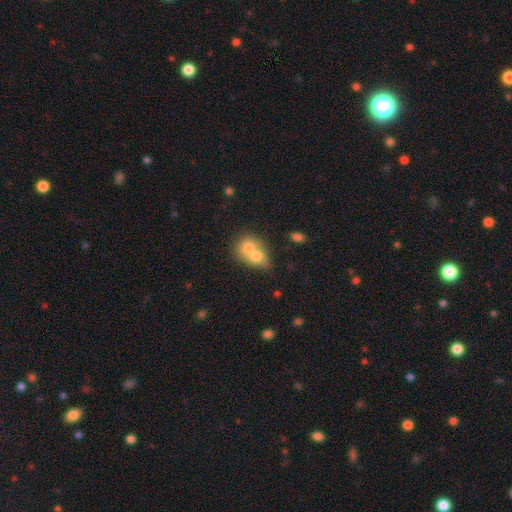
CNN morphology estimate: A smooth galaxy with no disk features (70%) that is round (55%). Merging: merger (73%).